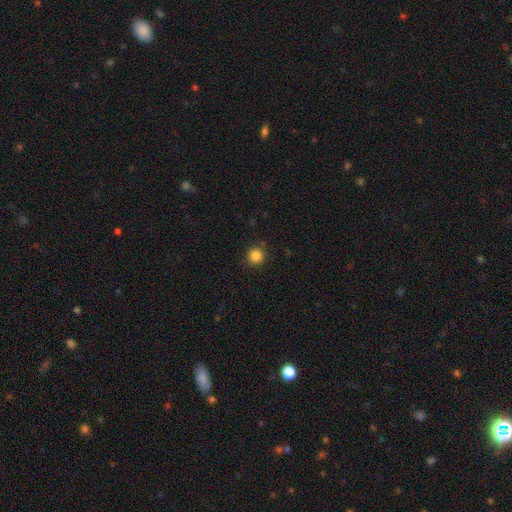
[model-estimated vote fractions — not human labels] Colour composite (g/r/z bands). It shows a smooth galaxy with no disk features (85%) that is round (93%). Merging: none (88%).